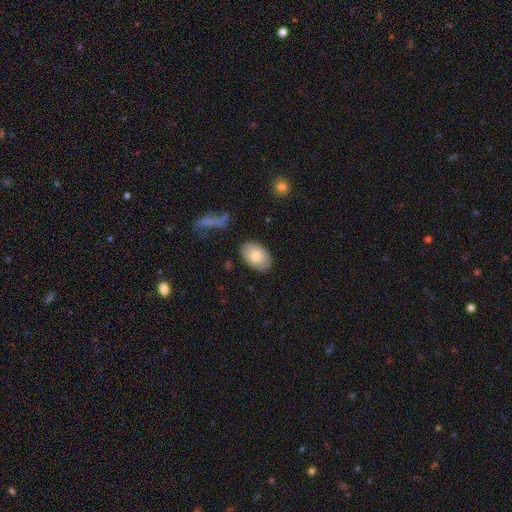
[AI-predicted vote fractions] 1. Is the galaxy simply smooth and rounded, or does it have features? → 78% smooth, 16% featured or disk, 7% star or artifact.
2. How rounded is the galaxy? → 90% in between, 9% round, 1% cigar-shaped.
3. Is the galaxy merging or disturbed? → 85% none, 11% minor disturbance, 3% major disturbance, 2% merger.